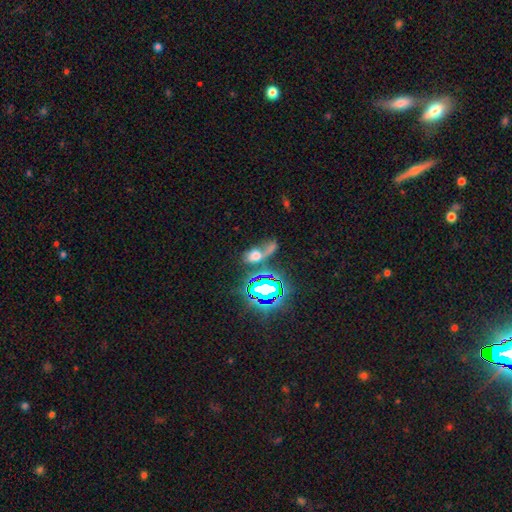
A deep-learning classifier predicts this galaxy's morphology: Smooth or featured? Predicted: smooth (p=0.43). Merging? Predicted: merger (p=0.37).